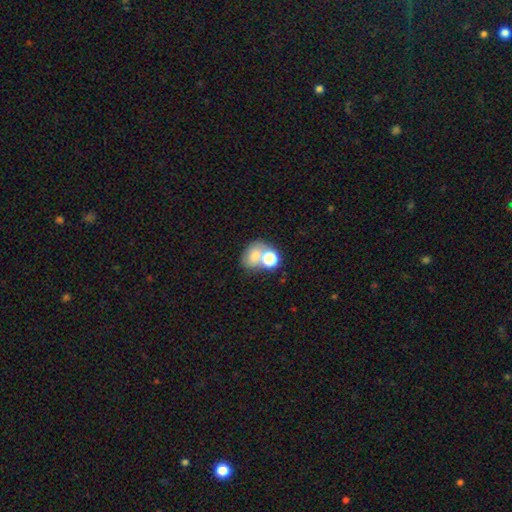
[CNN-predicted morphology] smooth_or_featured: smooth (p=0.69) [alt: featured or disk p=0.17]
how_rounded: in between (p=0.54) [alt: round p=0.45]
merging: merger (p=0.48) [alt: none p=0.34]